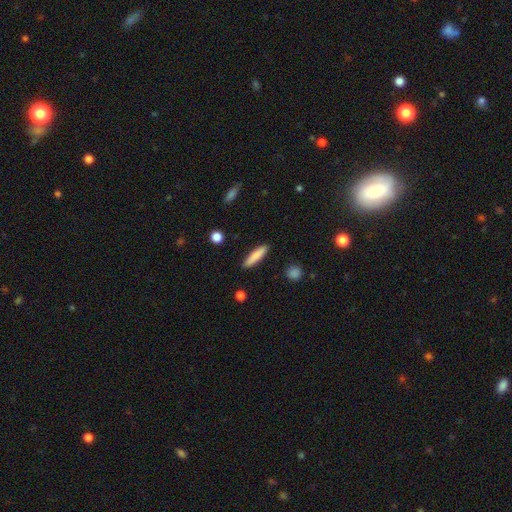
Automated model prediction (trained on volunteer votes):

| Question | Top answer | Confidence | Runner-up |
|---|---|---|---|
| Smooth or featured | smooth | 84% | featured or disk (10%) |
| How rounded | cigar-shaped | 78% | in between (20%) |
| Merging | none | 90% | minor disturbance (7%) |